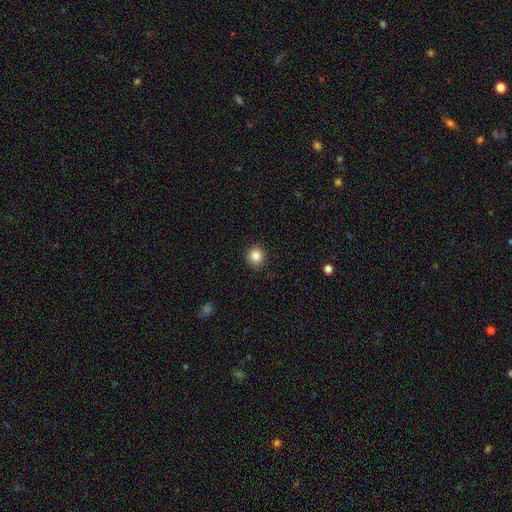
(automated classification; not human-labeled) This is clearly a smooth galaxy (87%). How rounded: clearly round (90%). Merging: clearly none (89%).